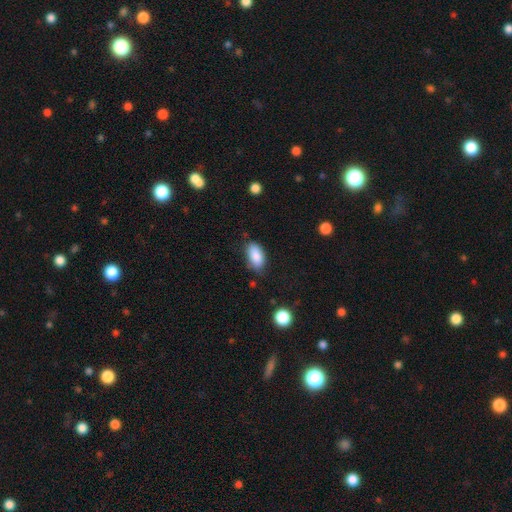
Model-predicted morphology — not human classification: smooth 88%, star or artifact 7%, featured or disk 5%. Down the decision tree: how rounded — in between (93%); merging — none (75%).